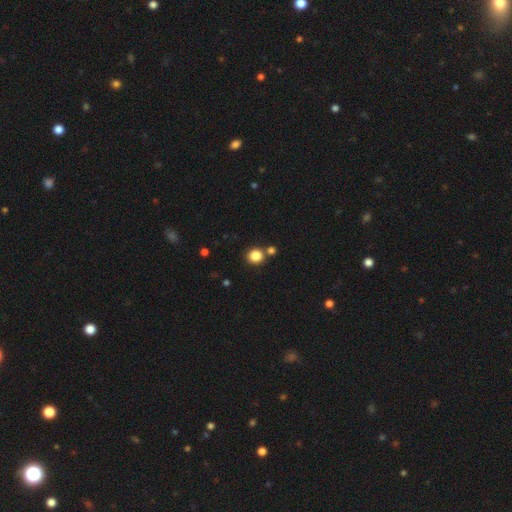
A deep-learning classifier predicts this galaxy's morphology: The model was most divided on "merging": none: 76%, merger: 14%, minor disturbance: 8%, major disturbance: 3%. More confident: how rounded — round (88%); smooth or featured — smooth (84%).